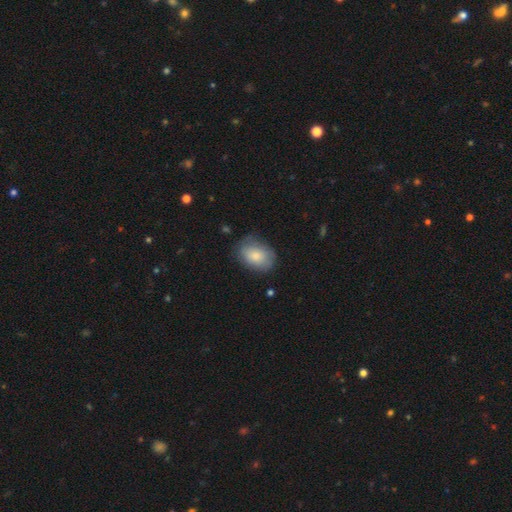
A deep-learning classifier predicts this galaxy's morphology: This appears to be a smooth galaxy with no disk features (81%) that is in between round and cigar-shaped (74%). Merging: none (70%).